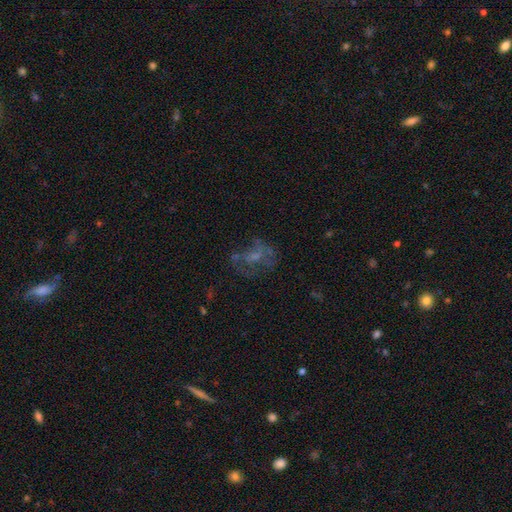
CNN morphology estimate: Smooth or featured? featured or disk (54%)
Edge-on disk? no (97%)
Bar? no (72%)
Spiral arms? no (66%)
Bulge size? small (38%)
Merging? none (45%)